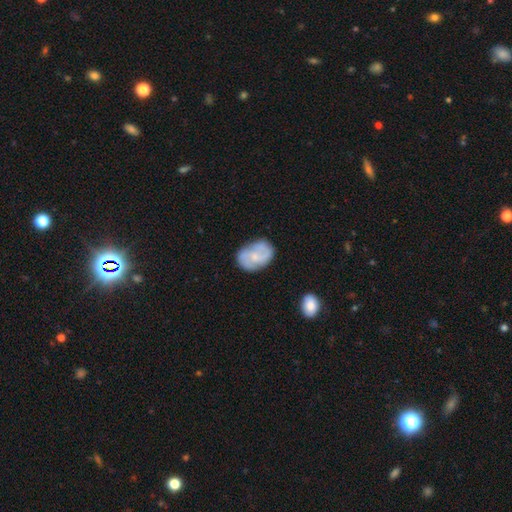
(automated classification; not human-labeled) featured or disk 56%, smooth 37%, star or artifact 6%. Down the decision tree: edge-on disk — no (97%); bar — no (66%); spiral arms — yes (81%); bulge size — small (55%); merging — none (67%).